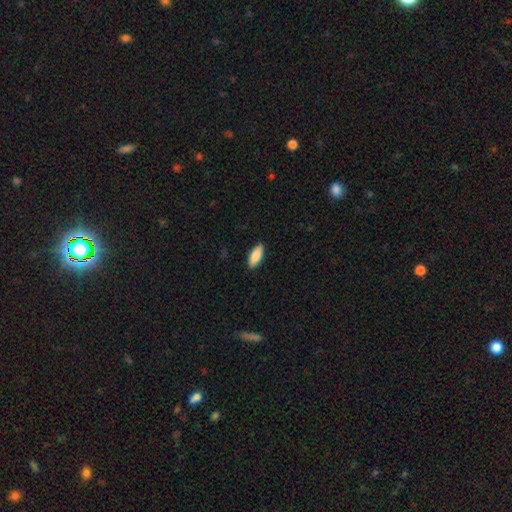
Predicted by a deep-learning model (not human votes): Smooth or featured? Predicted: smooth (p=0.86). How rounded? Predicted: in between (p=0.78). Merging? Predicted: none (p=0.89).